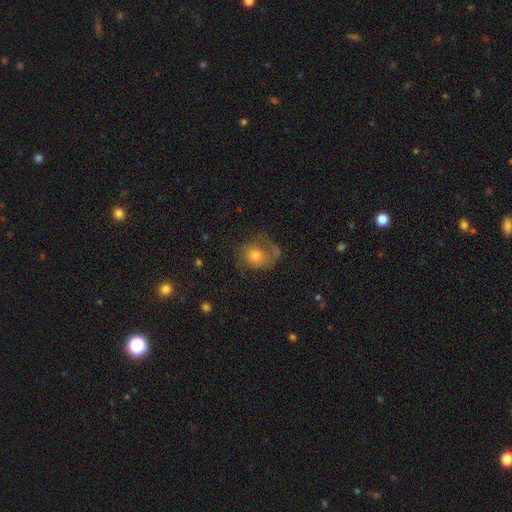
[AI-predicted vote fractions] This appears to be a featured or disk galaxy (46%). Merging: none (47%).